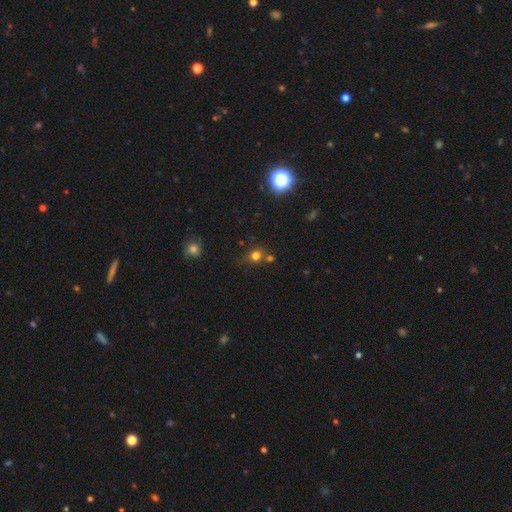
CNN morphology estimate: Smooth or featured: smooth — 69% (star or artifact — 23%)
How rounded: round — 85% (in between — 14%)
Merging: none — 62% (merger — 20%)